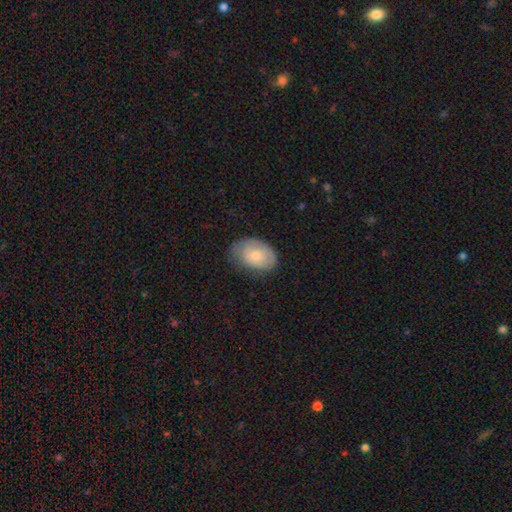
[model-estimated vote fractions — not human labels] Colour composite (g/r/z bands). It shows a smooth galaxy with no disk features (67%) that is in between round and cigar-shaped (85%). Merging: none (61%).